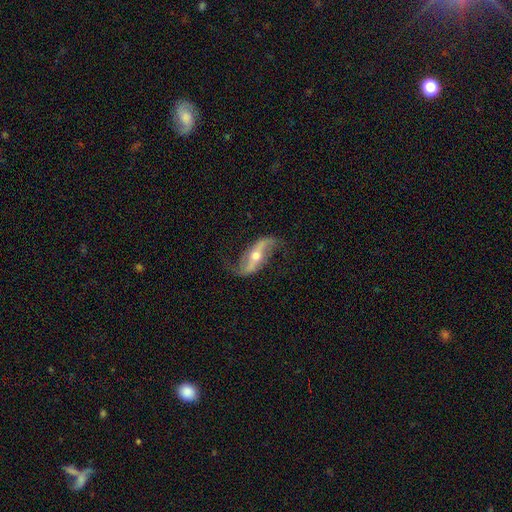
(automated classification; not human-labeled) A featured or disk galaxy (87%) with a strong bar (52%), 2 (93%) loose (81%) spiral arms (93%) and a moderate central bulge (63%).

Vote fractions:
- Smooth or featured? featured or disk: 87% / smooth: 8% / star or artifact: 5%
- Edge-on disk? no: 88% / yes: 12%
- Bar? strong: 52% / weak: 26% / no: 22%
- Spiral arms? yes: 93% / no: 7%
- Spiral winding? loose: 81% / medium: 14% / tight: 5%
- Spiral arm count? 2: 93% / can't tell: 2% / 1: 2% / 3: 1% / 4: 1% / more than 4: 1%
- Bulge size? moderate: 63% / small: 31% / large: 3% / none: 1% / dominant: 1%
- Merging? none: 76% / minor disturbance: 15% / major disturbance: 8% / merger: 2%